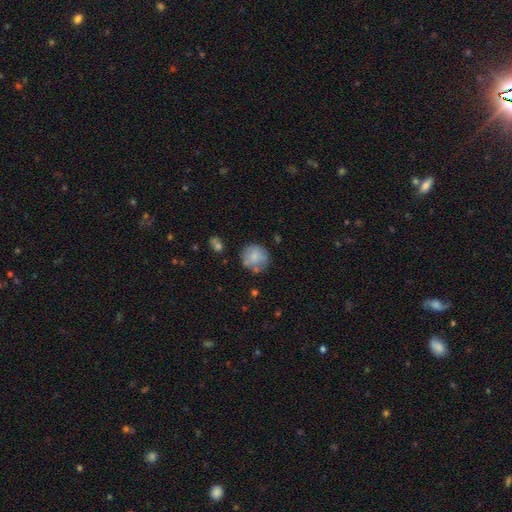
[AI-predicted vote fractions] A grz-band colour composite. It shows a smooth galaxy with no disk features (72%) that is round (88%). Merging: none (67%).